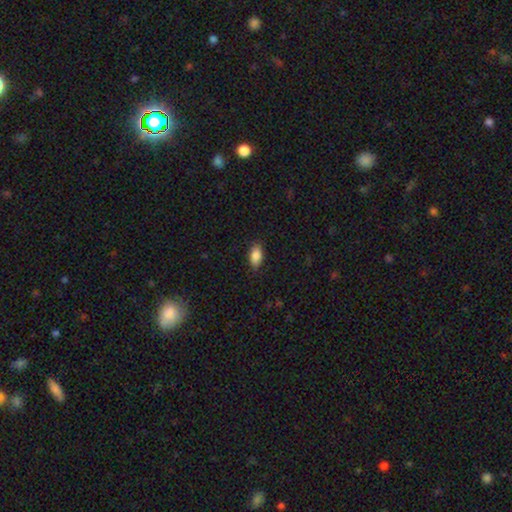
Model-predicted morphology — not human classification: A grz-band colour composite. It shows a smooth galaxy with no disk features (87%) that is in between round and cigar-shaped (90%). Merging: none (85%).